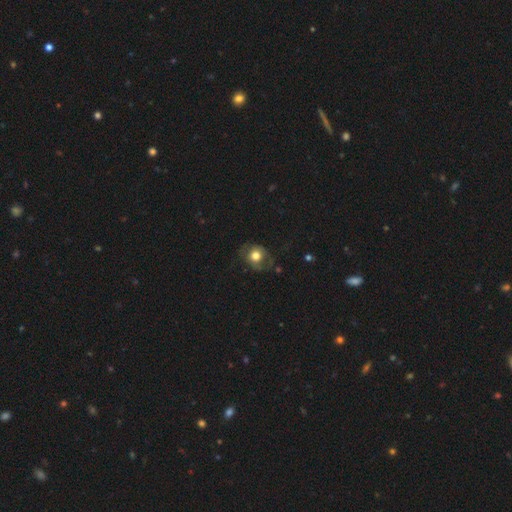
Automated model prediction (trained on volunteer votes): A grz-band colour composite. It shows a smooth galaxy with no disk features (68%) that is round (69%). Merging: none (60%).